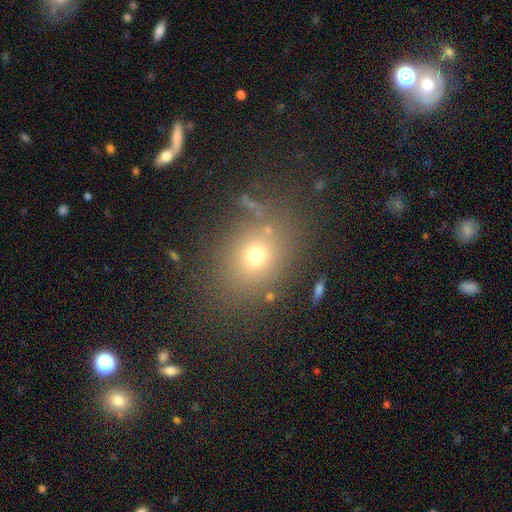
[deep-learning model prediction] A smooth galaxy with no disk features (68%) that is round (55%). Merging: none (79%).